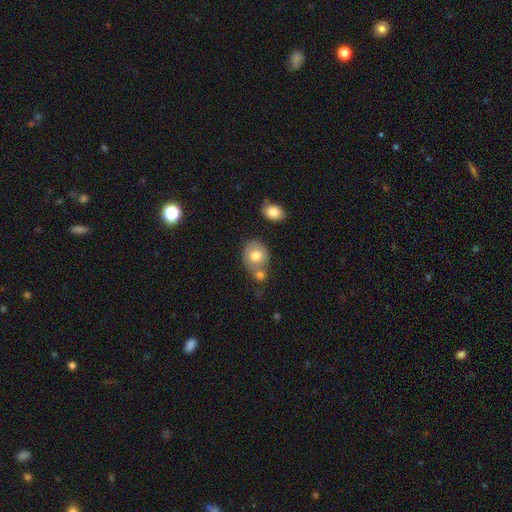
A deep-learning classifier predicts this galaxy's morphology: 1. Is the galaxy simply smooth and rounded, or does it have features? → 75% smooth, 17% featured or disk, 8% star or artifact.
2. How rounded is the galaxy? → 58% round, 41% in between, 1% cigar-shaped.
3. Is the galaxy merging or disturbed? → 43% none, 37% merger, 15% minor disturbance, 5% major disturbance.